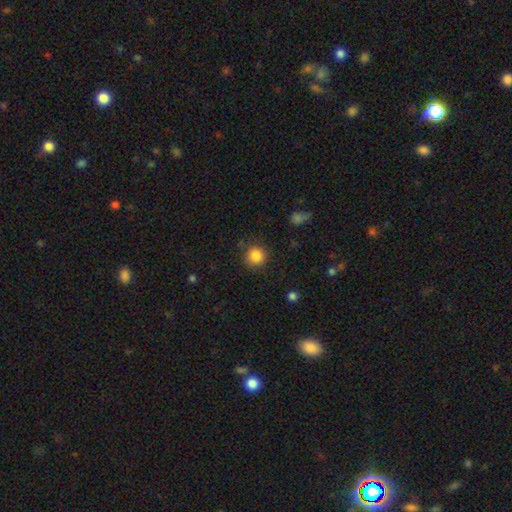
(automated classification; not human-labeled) The model was most divided on "merging": none: 84%, minor disturbance: 11%, major disturbance: 3%, merger: 2%. More confident: how rounded — round (92%); smooth or featured — smooth (85%).